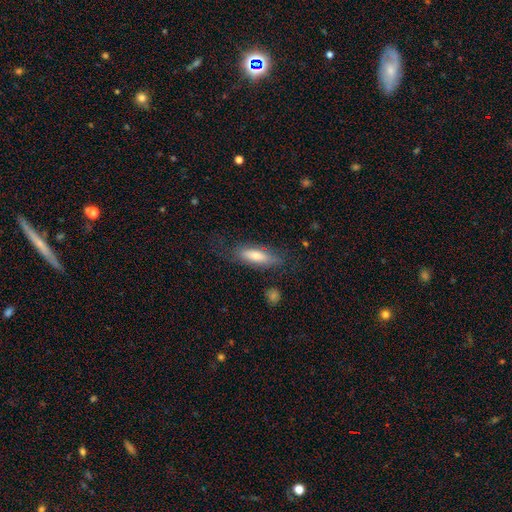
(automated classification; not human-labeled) A smooth galaxy with no disk features (72%) that is in between round and cigar-shaped (59%).

Vote fractions:
- Smooth or featured? smooth: 72% / featured or disk: 21% / star or artifact: 6%
- How rounded? in between: 59% / cigar-shaped: 38% / round: 2%
- Merging? none: 67% / minor disturbance: 20% / major disturbance: 10% / merger: 2%